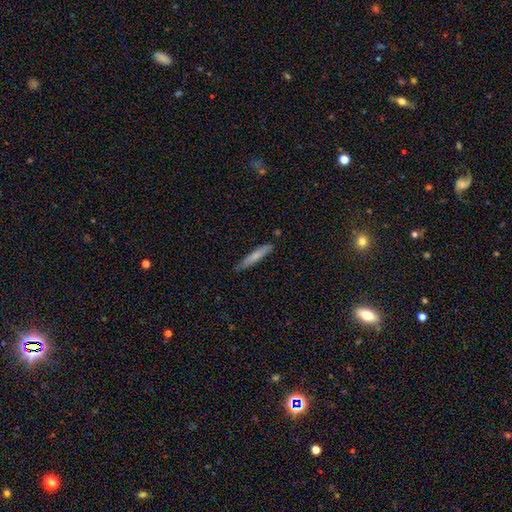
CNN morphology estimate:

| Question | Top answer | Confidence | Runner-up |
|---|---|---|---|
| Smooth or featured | smooth | 68% | featured or disk (26%) |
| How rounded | cigar-shaped | 92% | in between (7%) |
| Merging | none | 83% | minor disturbance (13%) |